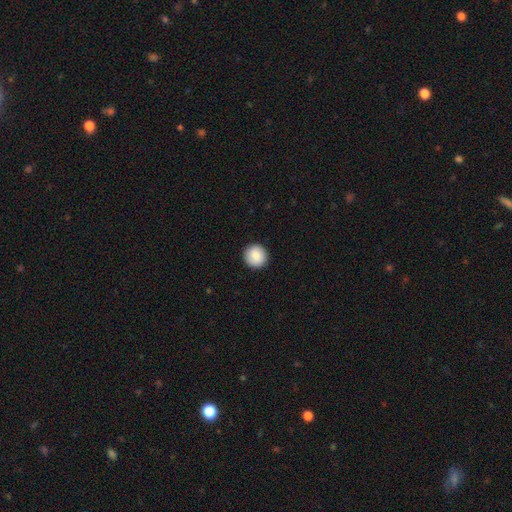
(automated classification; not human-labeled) Smooth or featured? Predicted: smooth (p=0.86). How rounded? Predicted: round (p=0.95). Merging? Predicted: none (p=0.93).